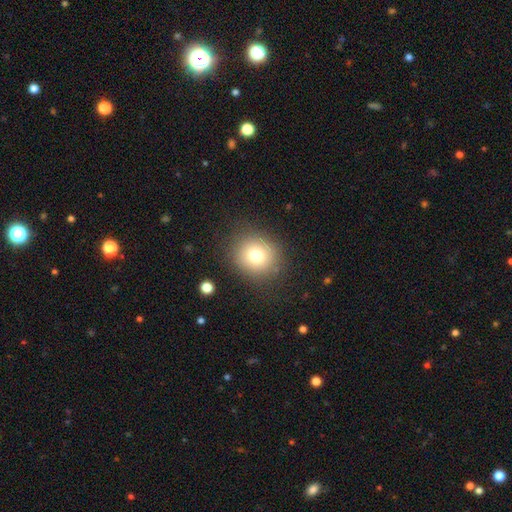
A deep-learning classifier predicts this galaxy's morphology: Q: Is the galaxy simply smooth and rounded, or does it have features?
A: smooth — 75%.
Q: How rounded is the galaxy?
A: round — 83%.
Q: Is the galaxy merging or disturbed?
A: none — 84%.